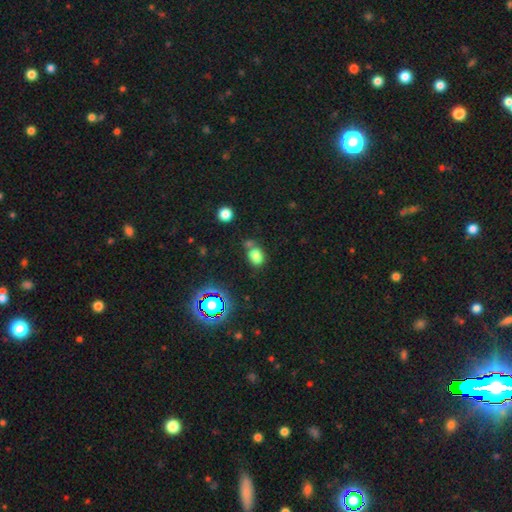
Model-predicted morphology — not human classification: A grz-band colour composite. It shows a smooth galaxy with no disk features (76%) that is in between round and cigar-shaped (70%). Merging: none (53%).